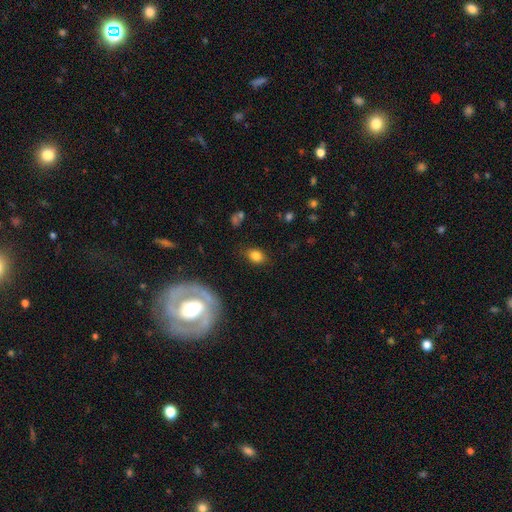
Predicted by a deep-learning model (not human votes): The model was most divided on "how rounded": in between: 74%, round: 24%, cigar-shaped: 2%. More confident: merging — none (81%); smooth or featured — smooth (78%).